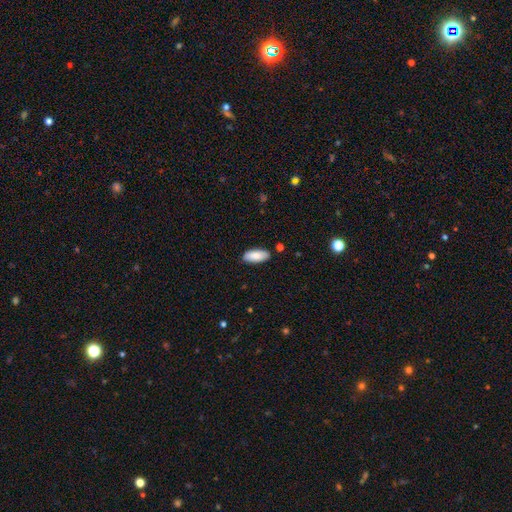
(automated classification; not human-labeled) A smooth galaxy with no disk features (86%) that is in between round and cigar-shaped (88%). Merging: none (86%).